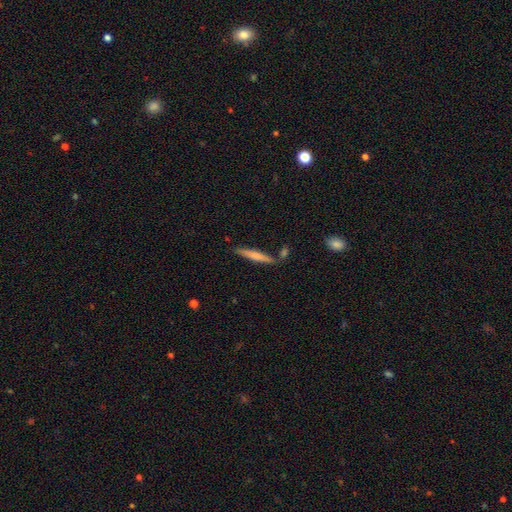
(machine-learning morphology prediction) smooth-or-featured: smooth: 63% | featured or disk: 31% | star or artifact: 6%
  how-rounded: cigar-shaped: 93% | in between: 6% | round: 1%
  merging: none: 78% | minor disturbance: 12% | merger: 8% | major disturbance: 3%